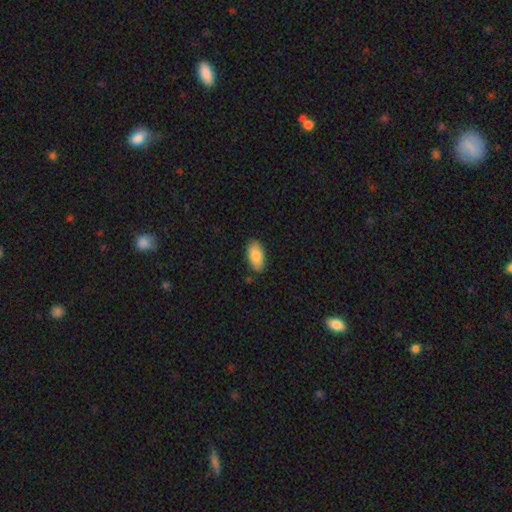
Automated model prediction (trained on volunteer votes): A smooth galaxy with no disk features (85%) that is in between round and cigar-shaped (93%). Merging: none (84%).